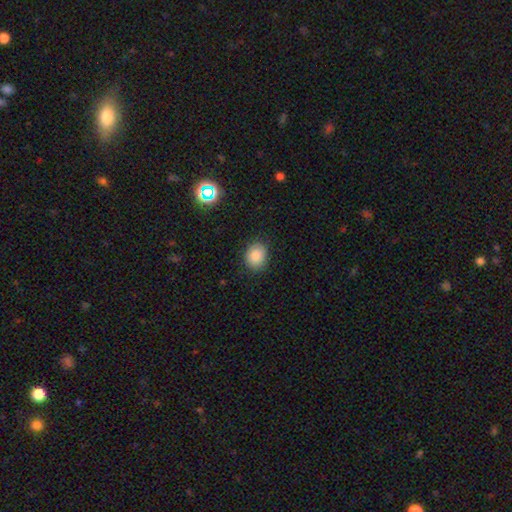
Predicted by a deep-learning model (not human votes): Smooth or featured: smooth — 83% (star or artifact — 10%)
How rounded: round — 61% (in between — 38%)
Merging: none — 86% (minor disturbance — 10%)